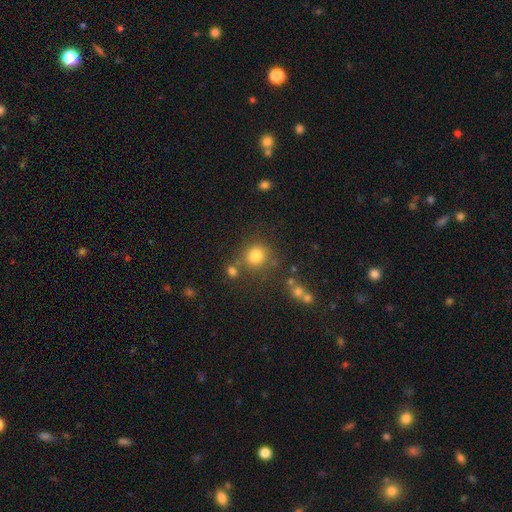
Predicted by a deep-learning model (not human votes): Overall: smooth (79%). How rounded: round (87%). Merging: none (70%).